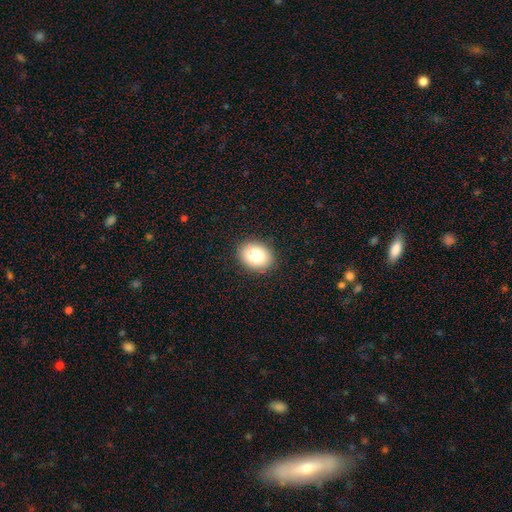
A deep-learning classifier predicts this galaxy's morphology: A smooth galaxy with no disk features (80%) that is in between round and cigar-shaped (61%).

Vote fractions:
- Smooth or featured? smooth: 80% / featured or disk: 11% / star or artifact: 9%
- How rounded? in between: 61% / round: 39% / cigar-shaped: 1%
- Merging? none: 88% / minor disturbance: 9% / major disturbance: 2% / merger: 1%